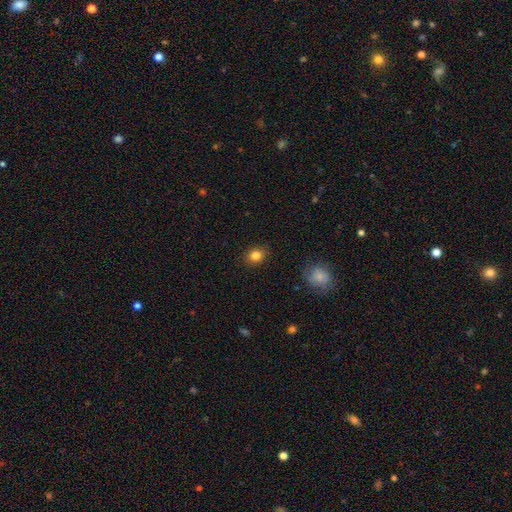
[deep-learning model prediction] Smooth or featured?
  - smooth: 83% *
  - star or artifact: 10%
  - featured or disk: 6%
How rounded?
  - round: 59% *
  - in between: 40%
  - cigar-shaped: 1%
Merging?
  - none: 86% *
  - minor disturbance: 10%
  - major disturbance: 3%
  - merger: 1%